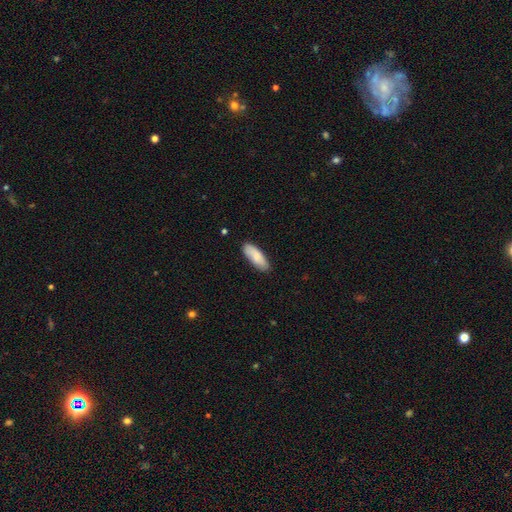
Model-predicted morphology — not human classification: Smooth or featured?
  - smooth: 84% *
  - featured or disk: 10%
  - star or artifact: 6%
How rounded?
  - in between: 68% *
  - cigar-shaped: 30%
  - round: 2%
Merging?
  - none: 82% *
  - minor disturbance: 14%
  - major disturbance: 2%
  - merger: 1%